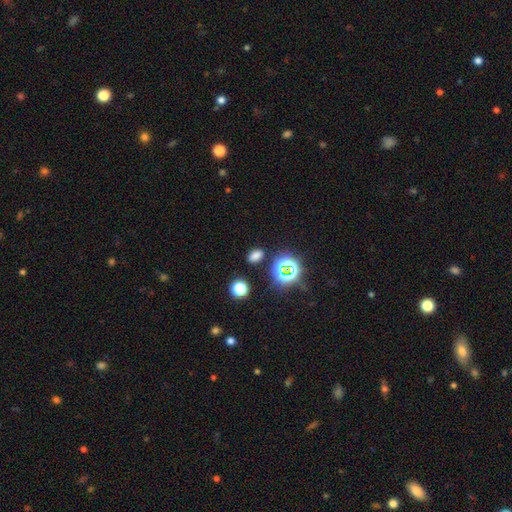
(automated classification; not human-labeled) Morphology: type=smooth (67%); roundness=in between (80%); merging=none (85%).